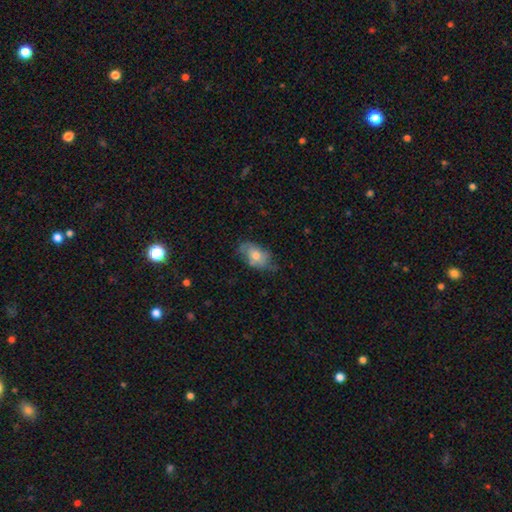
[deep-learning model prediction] A smooth galaxy with no disk features (62%) that is in between round and cigar-shaped (88%).

Vote fractions:
- Smooth or featured? smooth: 62% / featured or disk: 31% / star or artifact: 7%
- How rounded? in between: 88% / round: 9% / cigar-shaped: 2%
- Merging? none: 56% / minor disturbance: 31% / major disturbance: 11% / merger: 2%